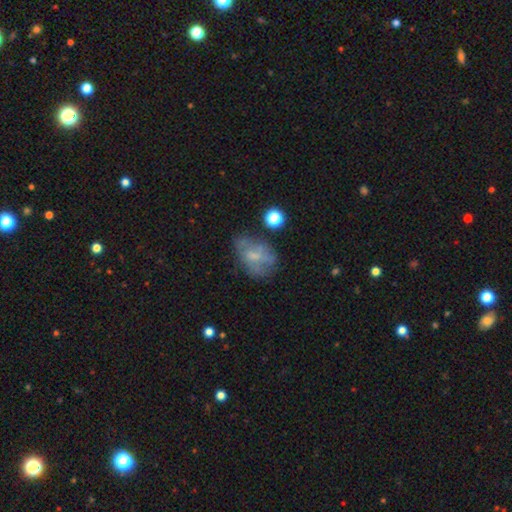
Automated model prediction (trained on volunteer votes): Q: Smooth or featured?
A: smooth (46%); runner-up: featured or disk (42%)
Q: Merging?
A: none (45%); runner-up: minor disturbance (27%)